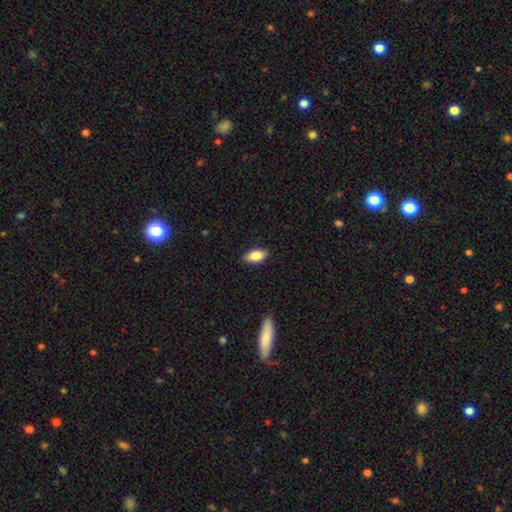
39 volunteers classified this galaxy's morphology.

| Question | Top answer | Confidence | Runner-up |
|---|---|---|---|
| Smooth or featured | smooth | 87% | star or artifact (8%) |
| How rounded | in between | 82% | cigar-shaped (12%) |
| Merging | none | 92% | minor disturbance (6%) |